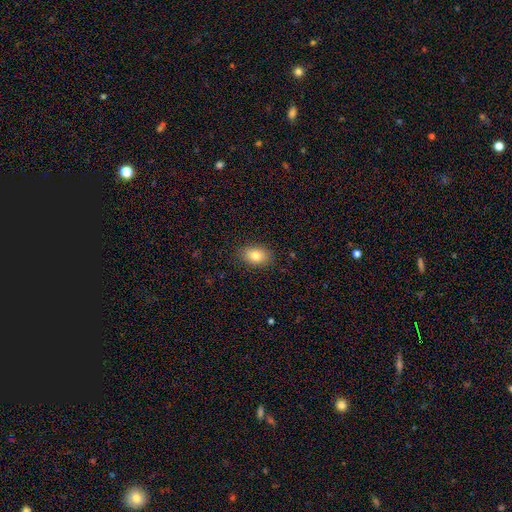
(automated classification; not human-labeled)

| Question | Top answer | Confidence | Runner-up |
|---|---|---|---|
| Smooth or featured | smooth | 81% | featured or disk (10%) |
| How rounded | in between | 77% | round (22%) |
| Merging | none | 88% | minor disturbance (9%) |